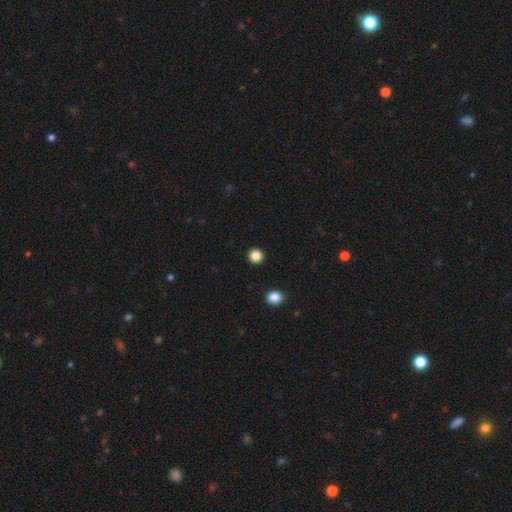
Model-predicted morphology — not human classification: Smooth or featured? Predicted: smooth (p=0.86). How rounded? Predicted: round (p=0.94). Merging? Predicted: none (p=0.93).